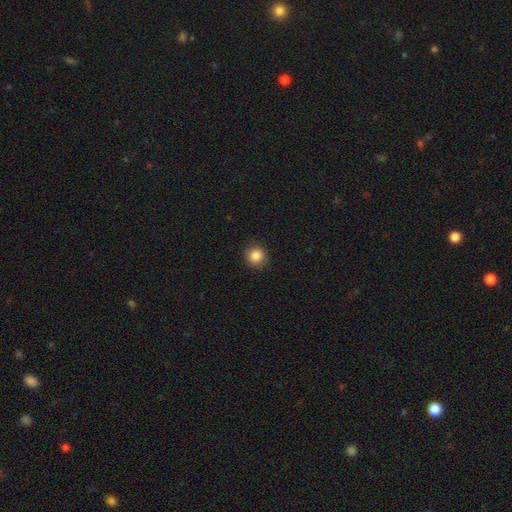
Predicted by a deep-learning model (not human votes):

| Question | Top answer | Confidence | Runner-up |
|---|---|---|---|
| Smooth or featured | smooth | 86% | star or artifact (10%) |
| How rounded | round | 93% | in between (6%) |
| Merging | none | 91% | minor disturbance (6%) |